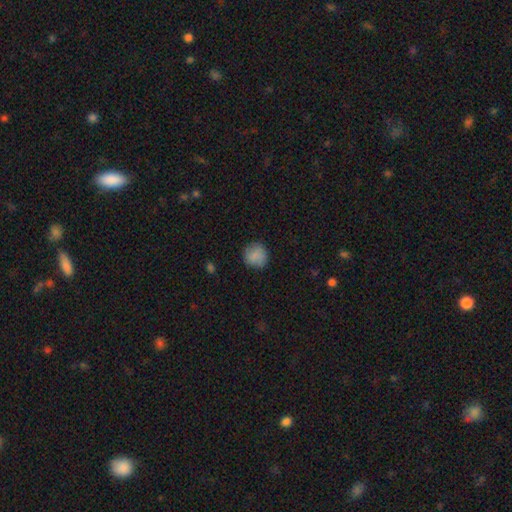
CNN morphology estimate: Smooth or featured: smooth — 85% (star or artifact — 9%)
How rounded: round — 89% (in between — 10%)
Merging: none — 82% (minor disturbance — 13%)